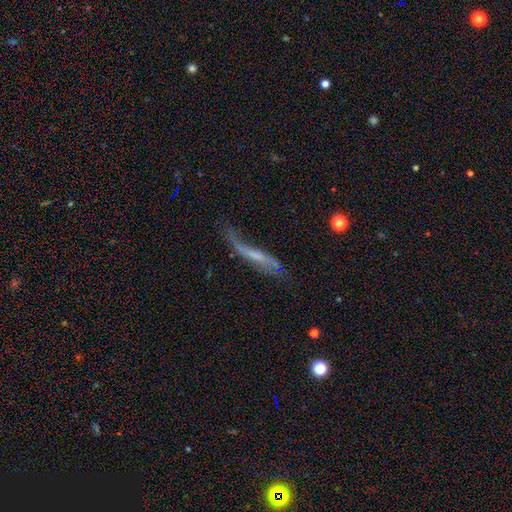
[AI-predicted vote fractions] This is likely a featured or disk galaxy (62%). It is possibly not viewed edge-on (58%). Merging: marginally none (37%).